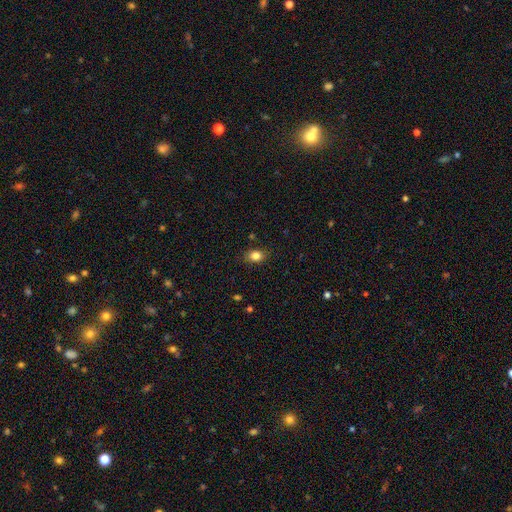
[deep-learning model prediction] The model was most divided on "how rounded": in between: 68%, round: 30%, cigar-shaped: 1%. More confident: smooth or featured — smooth (84%); merging — none (83%).